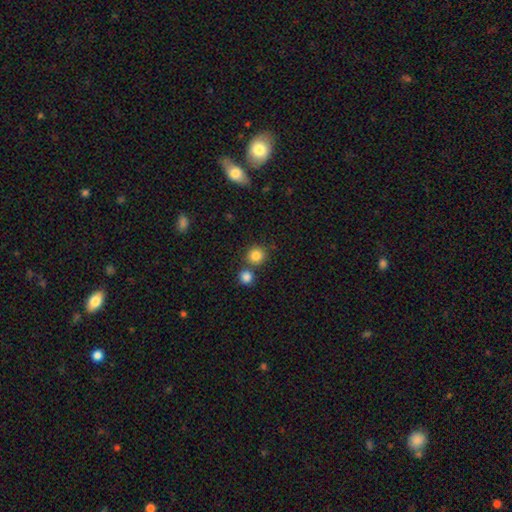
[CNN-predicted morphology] Smooth or featured? Predicted: smooth (p=0.84). How rounded? Predicted: round (p=0.91). Merging? Predicted: none (p=0.71).